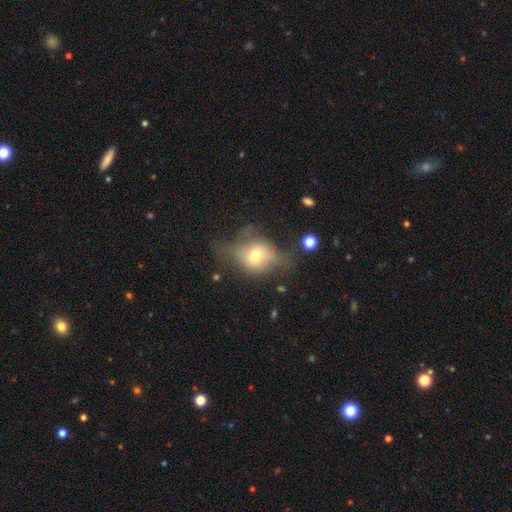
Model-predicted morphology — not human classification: smooth-or-featured: smooth: 56% | featured or disk: 31% | star or artifact: 13%
  how-rounded: round: 54% | in between: 44% | cigar-shaped: 2%
  merging: none: 37% | major disturbance: 31% | minor disturbance: 28% | merger: 4%